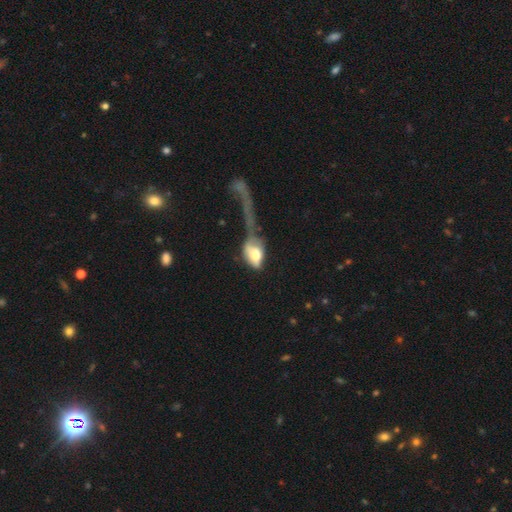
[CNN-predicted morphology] A smooth galaxy with no disk features (61%) that is in between round and cigar-shaped (77%).

Vote fractions:
- Smooth or featured? smooth: 61% / featured or disk: 31% / star or artifact: 8%
- How rounded? in between: 77% / round: 19% / cigar-shaped: 4%
- Merging? major disturbance: 50% / merger: 22% / none: 15% / minor disturbance: 13%